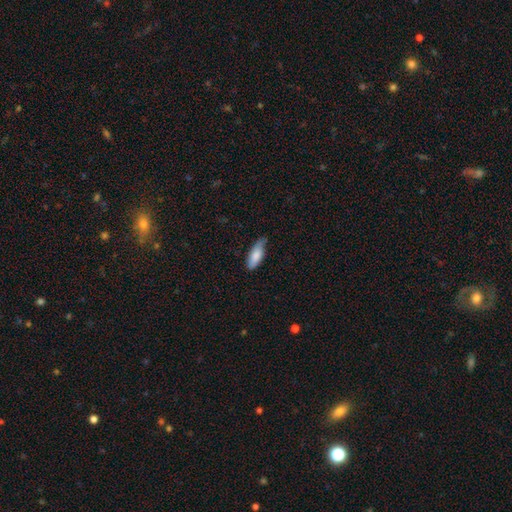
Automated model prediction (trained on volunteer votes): This is clearly a smooth galaxy (82%). How rounded: likely in between (71%). Merging: possibly none (58%).